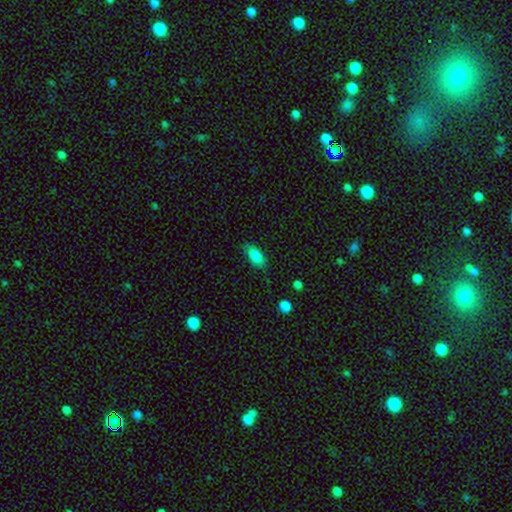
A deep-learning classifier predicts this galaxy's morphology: type=smooth (85%); roundness=in between (84%); merging=none (79%).